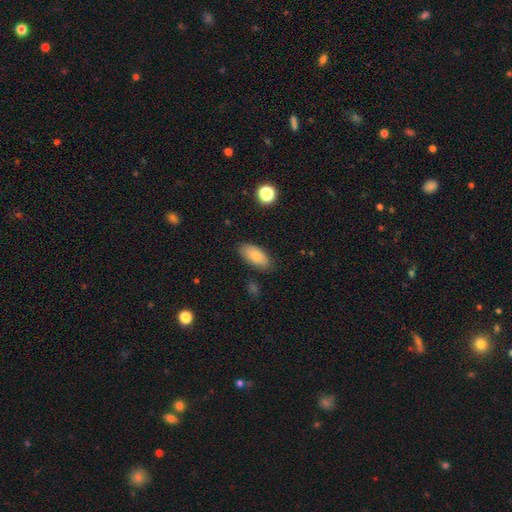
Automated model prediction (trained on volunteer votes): Smooth or featured? Predicted: smooth (p=0.82). How rounded? Predicted: in between (p=0.90). Merging? Predicted: none (p=0.82).